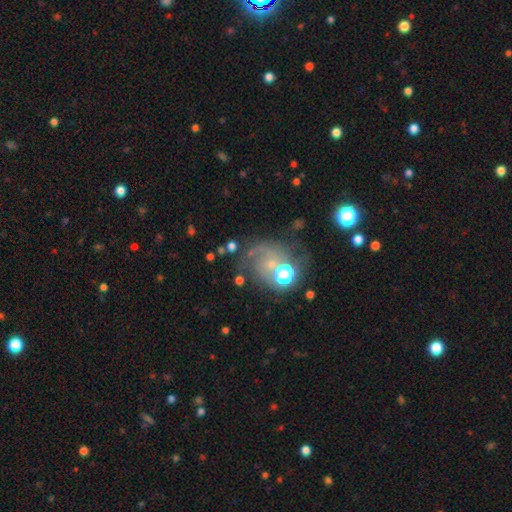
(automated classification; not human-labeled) Smooth or featured?
  - star or artifact: 41% *
  - featured or disk: 32%
  - smooth: 27%